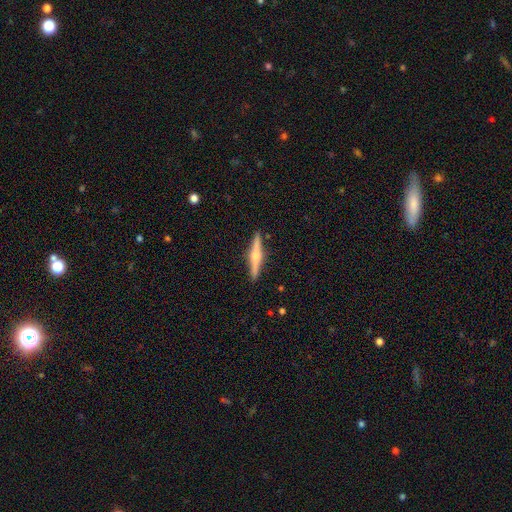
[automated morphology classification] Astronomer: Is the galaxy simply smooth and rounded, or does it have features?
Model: featured or disk — 71%.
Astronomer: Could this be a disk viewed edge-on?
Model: yes — 98%.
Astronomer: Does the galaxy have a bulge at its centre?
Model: rounded — 90%.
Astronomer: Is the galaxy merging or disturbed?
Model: none — 91%.